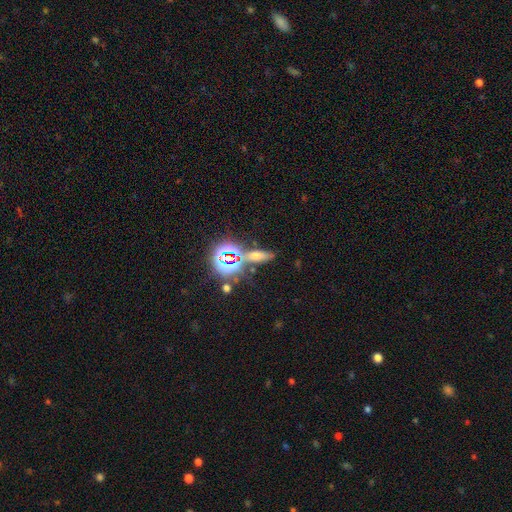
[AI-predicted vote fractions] Smooth or featured? smooth (46%)
Merging? none (70%)